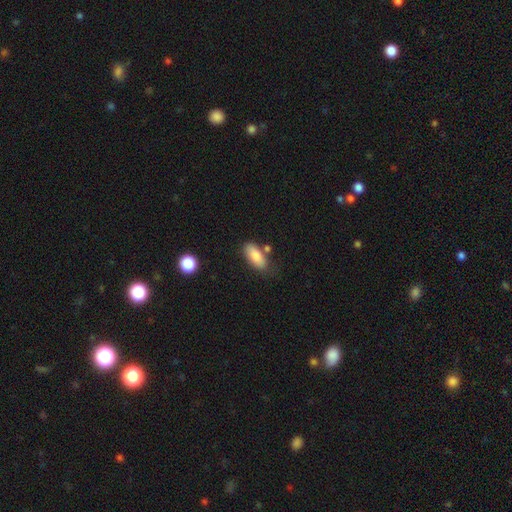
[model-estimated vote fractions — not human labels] smooth-or-featured: smooth: 83% | featured or disk: 10% | star or artifact: 7%
  how-rounded: in between: 85% | cigar-shaped: 12% | round: 3%
  merging: none: 68% | minor disturbance: 18% | merger: 10% | major disturbance: 5%